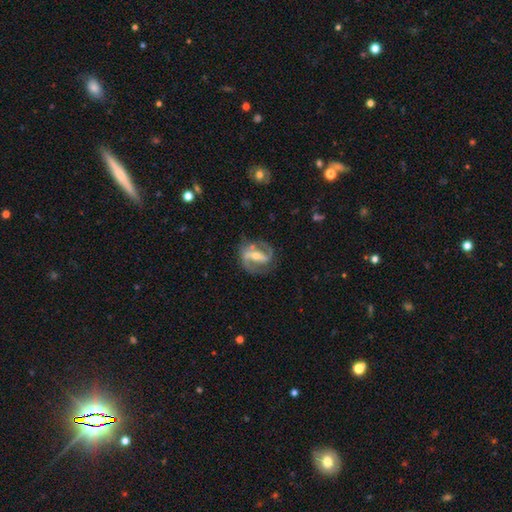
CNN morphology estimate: smooth-or-featured: featured or disk: 87% | smooth: 8% | star or artifact: 5%
  disk-edge-on: no: 96% | yes: 4%
    bar: strong: 64% | weak: 25% | no: 11%
    has-spiral-arms: yes: 93% | no: 7%
      spiral-winding: medium: 51% | loose: 25% | tight: 24%
      spiral-arm-count: 2: 89% | can't tell: 4% | 1: 3% | 3: 2% | 4: 1% | more than 4: 1%
    bulge-size: moderate: 49% | small: 46% | large: 3% | none: 2% | dominant: 1%
  merging: none: 75% | minor disturbance: 16% | major disturbance: 8% | merger: 2%